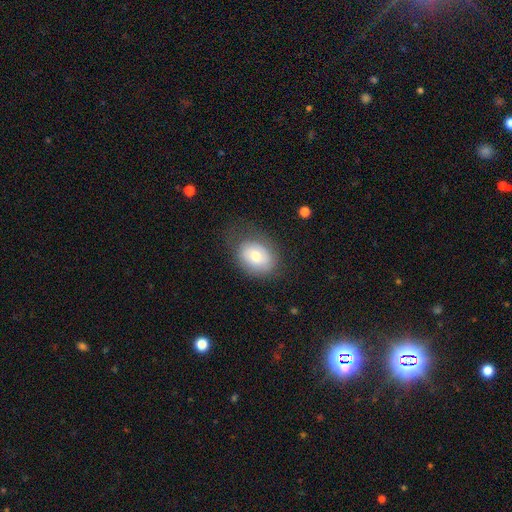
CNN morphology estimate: This appears to be a smooth galaxy with no disk features (68%) that is in between round and cigar-shaped (59%). Merging: none (66%).